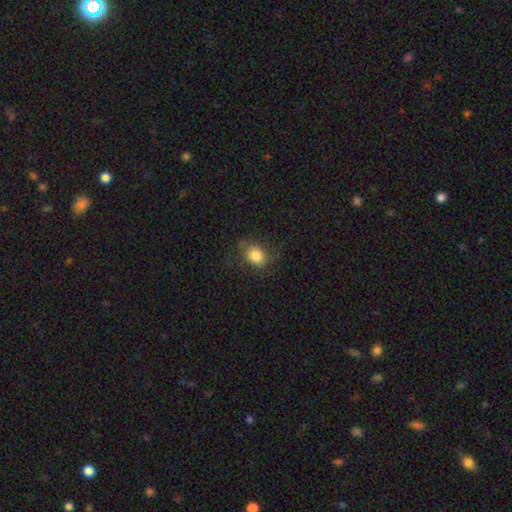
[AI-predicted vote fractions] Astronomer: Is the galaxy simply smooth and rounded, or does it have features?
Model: smooth — 79%.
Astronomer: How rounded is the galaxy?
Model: in between — 50% (runner-up: round, 49%).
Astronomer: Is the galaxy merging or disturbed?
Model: none — 68%.